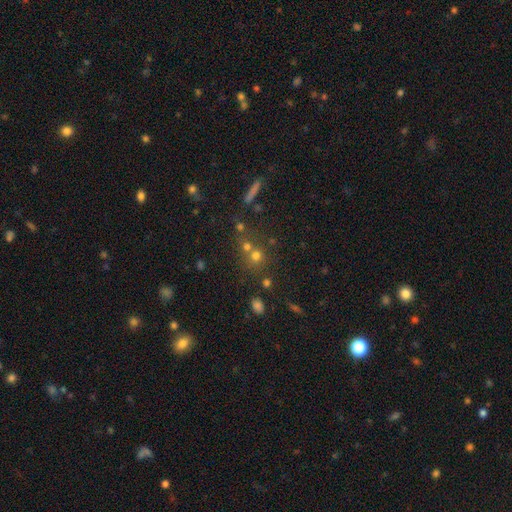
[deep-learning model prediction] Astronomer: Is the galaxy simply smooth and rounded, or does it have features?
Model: smooth — 62%.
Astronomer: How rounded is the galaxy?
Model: round — 85%.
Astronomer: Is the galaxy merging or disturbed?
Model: none — 51% (runner-up: merger, 37%).